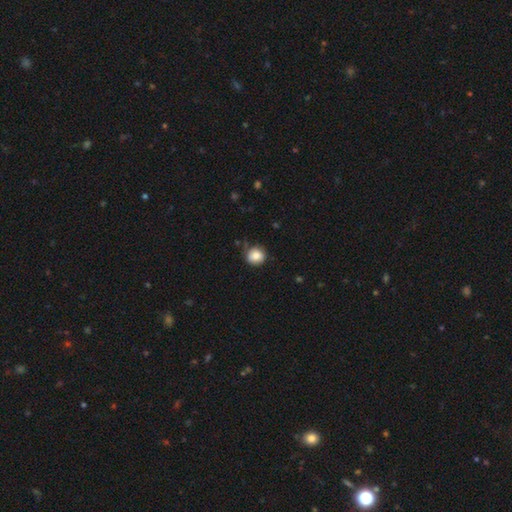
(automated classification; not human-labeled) Smooth or featured? Predicted: smooth (p=0.84). How rounded? Predicted: round (p=0.89). Merging? Predicted: none (p=0.76).